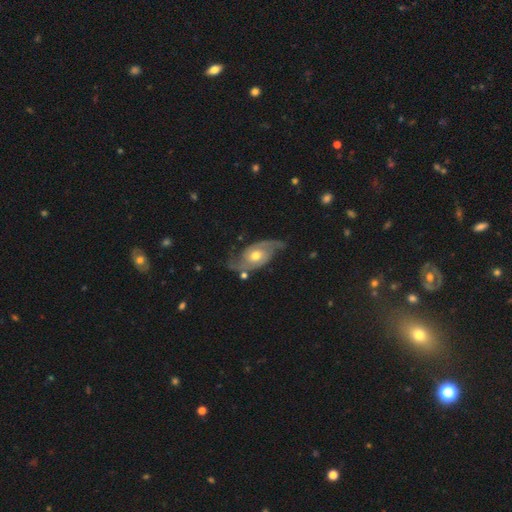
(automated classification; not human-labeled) Smooth or featured: featured or disk — 87% (smooth — 8%)
Edge-on disk: no — 96% (yes — 4%)
Bar: no — 72% (weak — 22%)
Spiral arms: yes — 96% (no — 4%)
Spiral winding: medium — 44% (loose — 34%)
Spiral arm count: 2 — 92% (can't tell — 3%)
Bulge size: moderate — 75% (small — 17%)
Merging: none — 70% (minor disturbance — 19%)